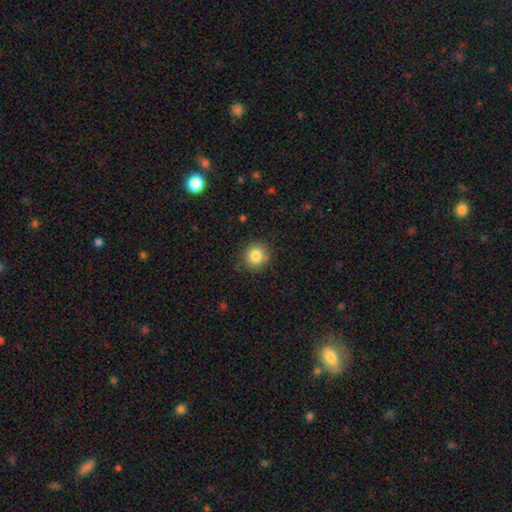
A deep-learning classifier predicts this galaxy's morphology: Smooth or featured?
  - smooth: 84% *
  - star or artifact: 10%
  - featured or disk: 6%
How rounded?
  - round: 88% *
  - in between: 11%
  - cigar-shaped: 1%
Merging?
  - none: 86% *
  - minor disturbance: 10%
  - major disturbance: 3%
  - merger: 1%